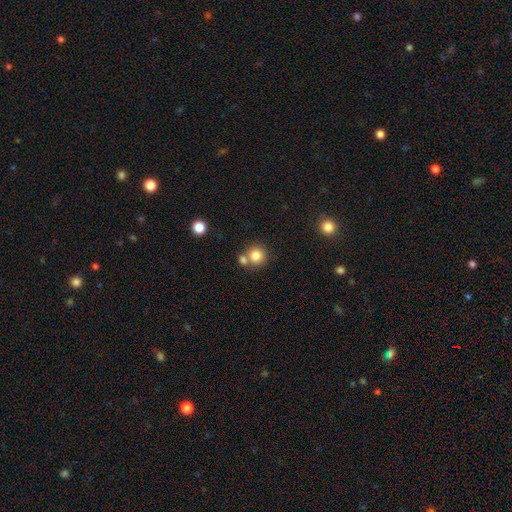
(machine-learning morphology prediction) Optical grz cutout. It shows a smooth galaxy with no disk features (81%) that is round (91%). Merging: none (60%).